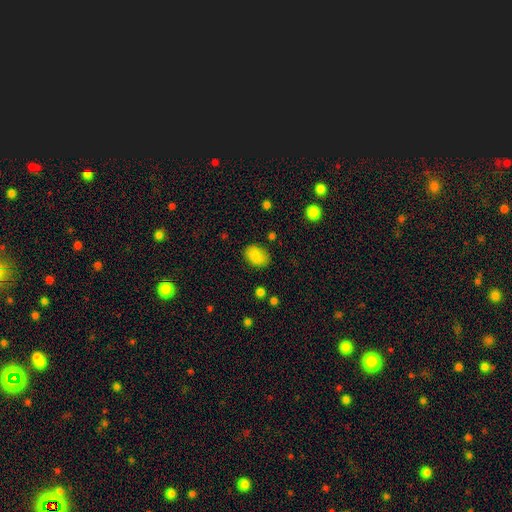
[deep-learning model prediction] This is clearly a smooth galaxy (86%). How rounded: likely in between (79%). Merging: likely none (79%).